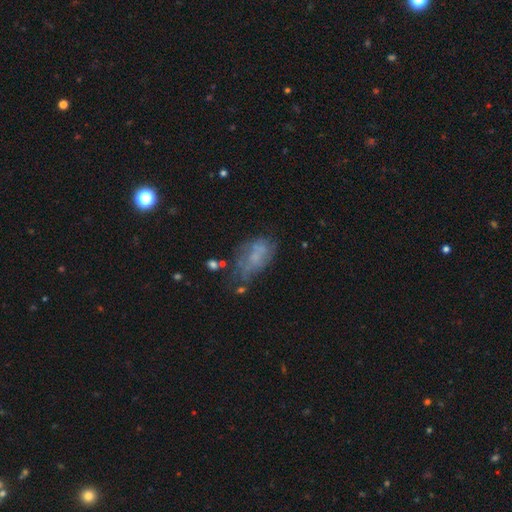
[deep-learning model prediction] This appears to be a smooth galaxy with no disk features (47%). Merging: none (40%).